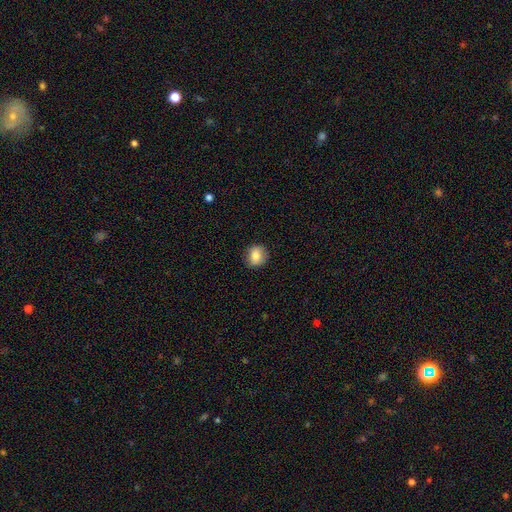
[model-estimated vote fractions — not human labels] A smooth galaxy with no disk features (81%) that is round (78%).

Vote fractions:
- Smooth or featured? smooth: 81% / featured or disk: 10% / star or artifact: 9%
- How rounded? round: 78% / in between: 21% / cigar-shaped: 1%
- Merging? none: 87% / minor disturbance: 10% / major disturbance: 2% / merger: 1%